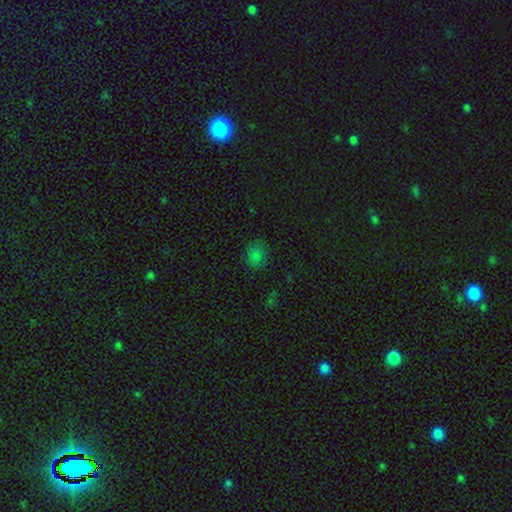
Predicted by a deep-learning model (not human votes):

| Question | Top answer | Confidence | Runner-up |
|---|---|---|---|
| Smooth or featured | smooth | 76% | star or artifact (19%) |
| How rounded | round | 55% | in between (44%) |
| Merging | none | 78% | minor disturbance (16%) |